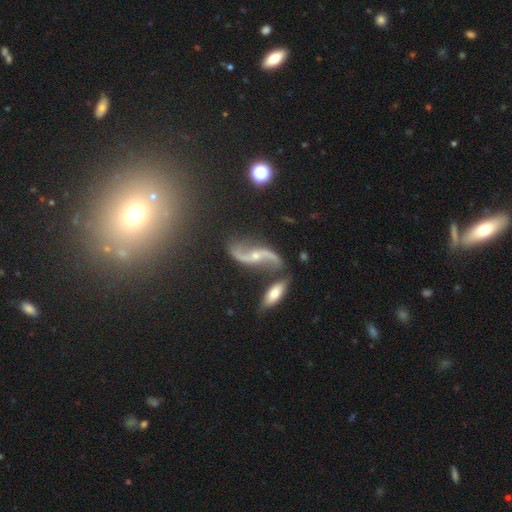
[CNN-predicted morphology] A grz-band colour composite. It shows a featured or disk galaxy (88%) with no bar (57%), 2 (94%) loose (88%) spiral arms (96%) and a small central bulge (62%). Merging: none (64%).